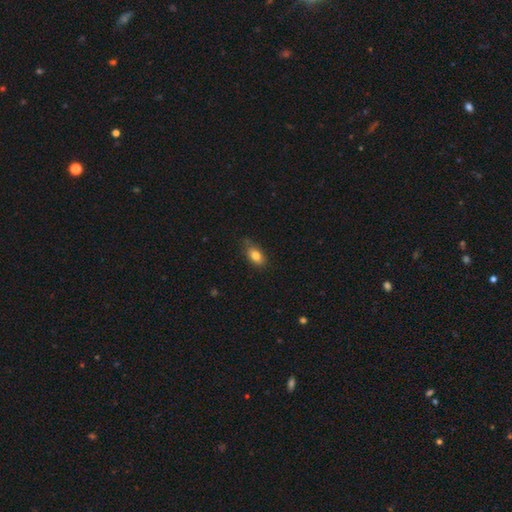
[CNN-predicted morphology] This is clearly a smooth galaxy (80%). How rounded: clearly in between (86%). Merging: likely none (72%).